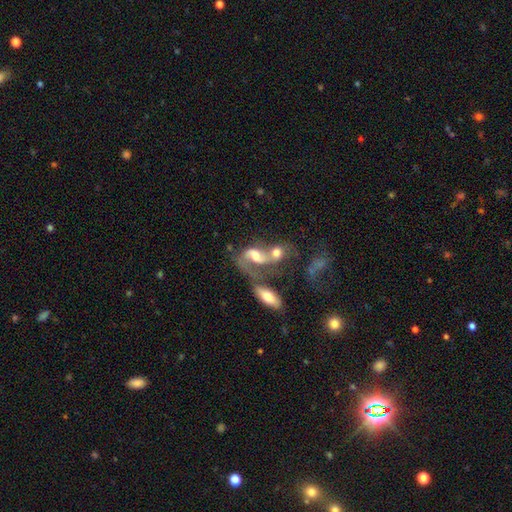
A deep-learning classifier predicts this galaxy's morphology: Overall: featured or disk (61%; smooth 29%). Edge-on disk: no (94%). Bar: no (50%; weak 37%). Spiral arms: yes (79%). Bulge size: moderate (46%; large 25%). Merging: merger (69%).